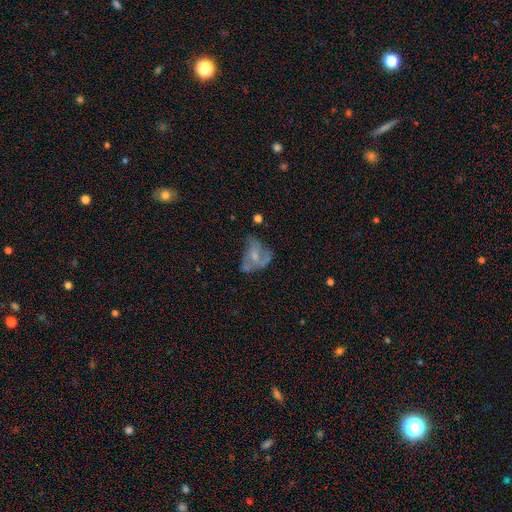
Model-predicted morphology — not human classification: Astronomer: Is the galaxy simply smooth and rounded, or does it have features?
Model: featured or disk — 53% (runner-up: smooth, 36%).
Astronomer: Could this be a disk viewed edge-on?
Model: no — 97%.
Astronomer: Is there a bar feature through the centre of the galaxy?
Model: no — 75%.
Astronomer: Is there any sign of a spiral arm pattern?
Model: no — 69%.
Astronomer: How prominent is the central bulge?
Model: small — 41% (runner-up: moderate, 30%).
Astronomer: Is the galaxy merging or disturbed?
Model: major disturbance — 37% (runner-up: none, 31%).